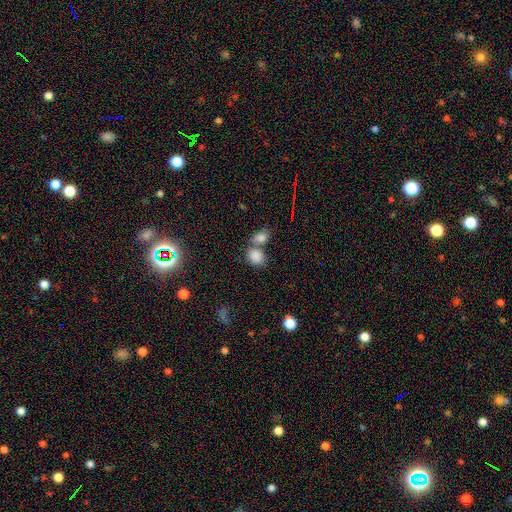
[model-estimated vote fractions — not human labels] Smooth or featured? smooth (83%)
How rounded? in between (62%)
Merging? merger (44%)